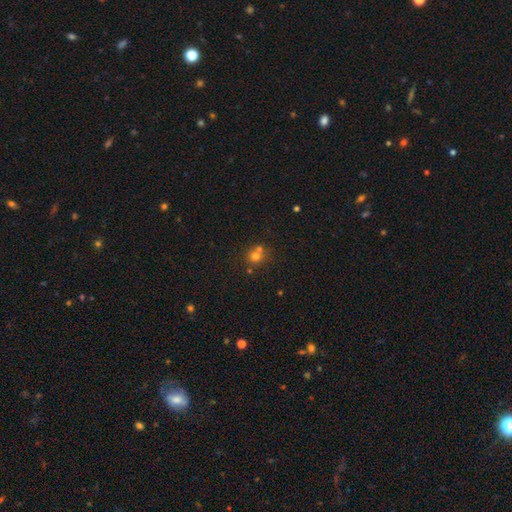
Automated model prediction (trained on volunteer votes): smooth_or_featured: smooth (p=0.70) [alt: star or artifact p=0.18]
how_rounded: round (p=0.87) [alt: in between p=0.12]
merging: none (p=0.51) [alt: merger p=0.38]